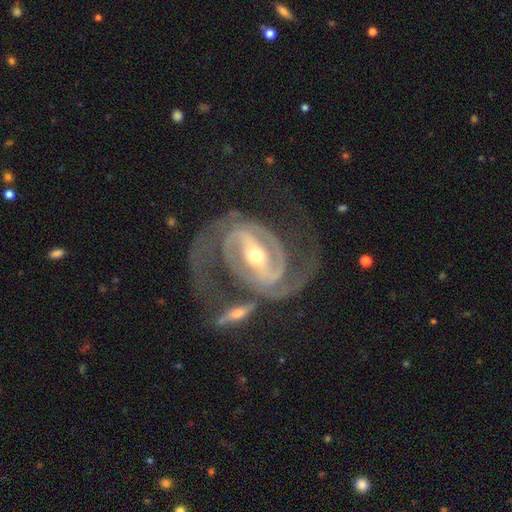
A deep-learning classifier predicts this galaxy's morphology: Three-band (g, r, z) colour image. It shows a featured or disk galaxy (93%) with a strong bar (68%), 2 (88%) medium (47%) spiral arms (98%) and a moderate central bulge (56%). Merging: none (57%).